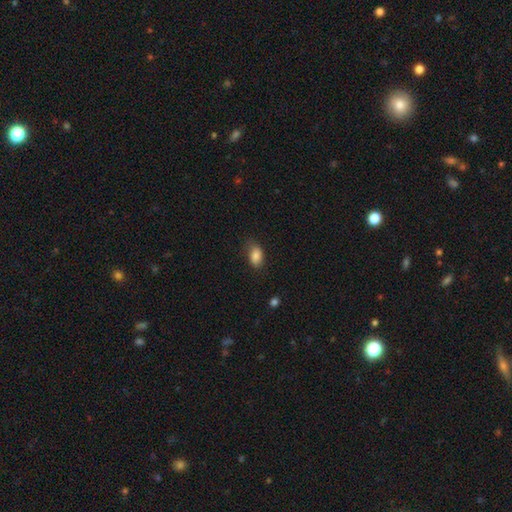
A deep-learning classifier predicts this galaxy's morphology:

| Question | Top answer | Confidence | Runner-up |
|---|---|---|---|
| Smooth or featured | smooth | 85% | star or artifact (8%) |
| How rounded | in between | 89% | round (9%) |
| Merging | none | 71% | minor disturbance (22%) |